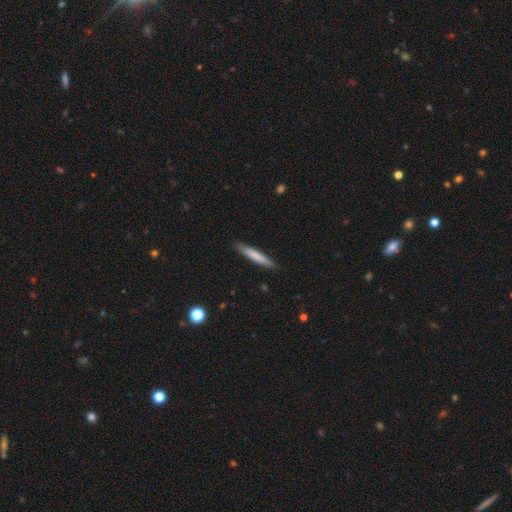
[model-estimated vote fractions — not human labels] Smooth or featured? Predicted: smooth (p=0.76). How rounded? Predicted: cigar-shaped (p=0.93). Merging? Predicted: none (p=0.89).